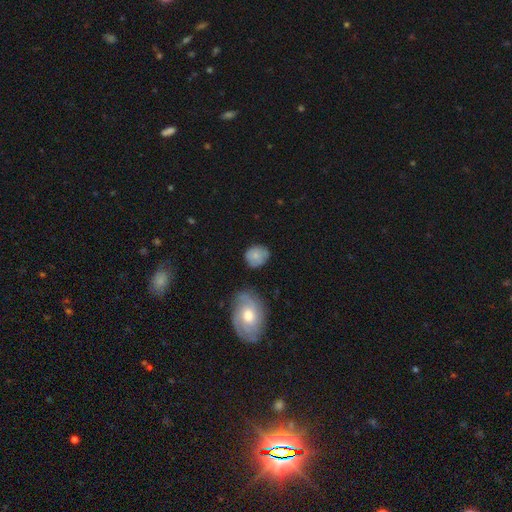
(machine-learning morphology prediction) Smooth or featured? smooth (73%)
How rounded? round (71%)
Merging? none (68%)